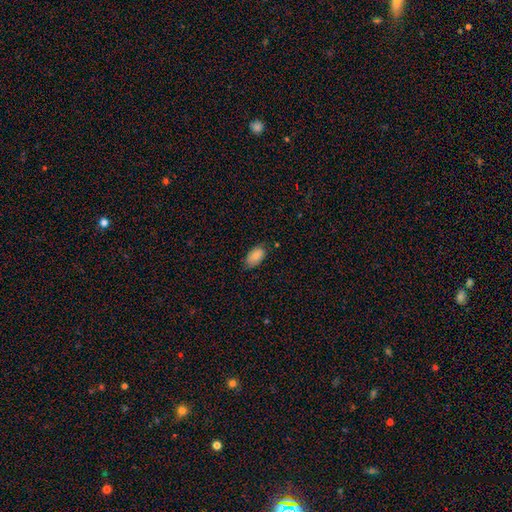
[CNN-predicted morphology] Smooth or featured?
  - smooth: 85% *
  - featured or disk: 9%
  - star or artifact: 7%
How rounded?
  - in between: 94% *
  - round: 4%
  - cigar-shaped: 2%
Merging?
  - none: 76% *
  - minor disturbance: 20%
  - major disturbance: 3%
  - merger: 1%